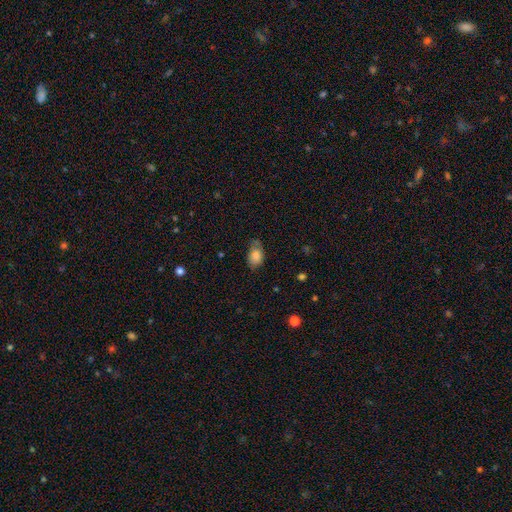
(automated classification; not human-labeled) smooth 80%, featured or disk 11%, star or artifact 8%. Down the decision tree: how rounded — in between (84%); merging — none (55%).